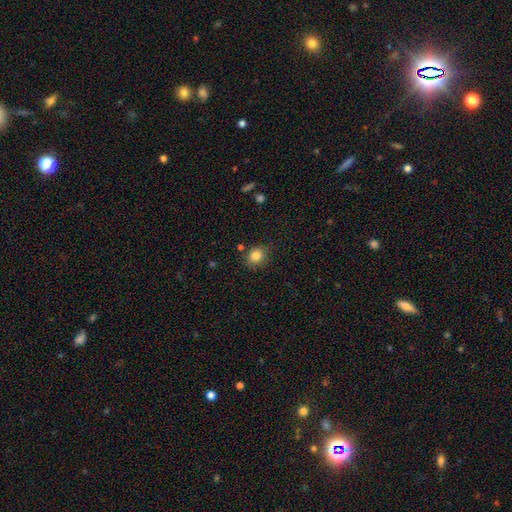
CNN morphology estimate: This is clearly a smooth galaxy (83%). How rounded: likely round (77%). Merging: clearly none (81%).